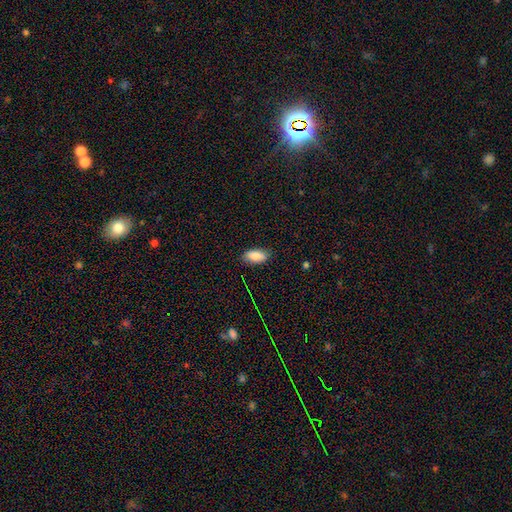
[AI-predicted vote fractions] Smooth or featured?
  - smooth: 84% *
  - featured or disk: 8%
  - star or artifact: 8%
How rounded?
  - in between: 90% *
  - cigar-shaped: 6%
  - round: 3%
Merging?
  - none: 85% *
  - minor disturbance: 12%
  - major disturbance: 2%
  - merger: 1%